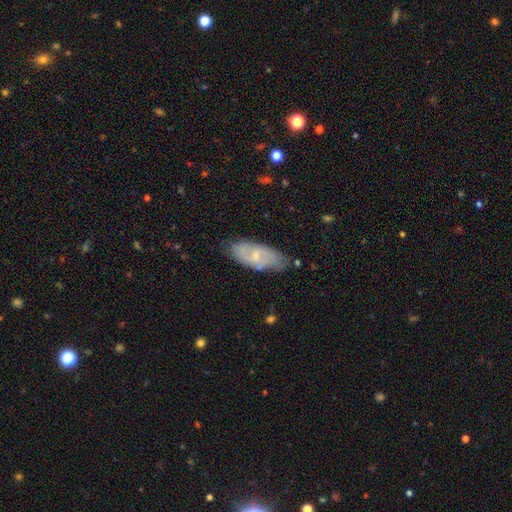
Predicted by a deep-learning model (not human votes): Smooth or featured? featured or disk (55%)
Edge-on disk? no (91%)
Bar? no (48%)
Spiral arms? yes (80%)
Bulge size? small (66%)
Merging? none (73%)